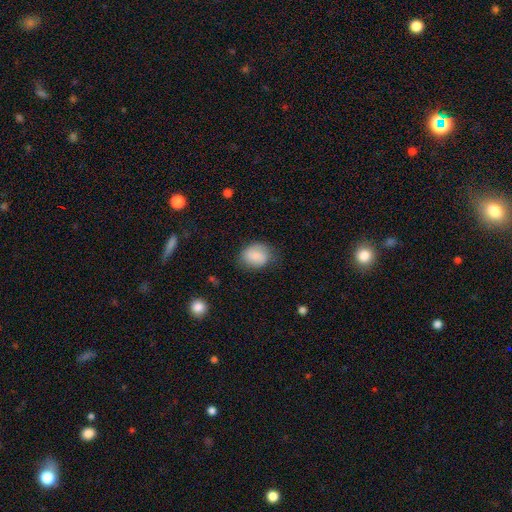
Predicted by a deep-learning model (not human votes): Morphology: type=smooth (82%); roundness=in between (53%); merging=none (72%).